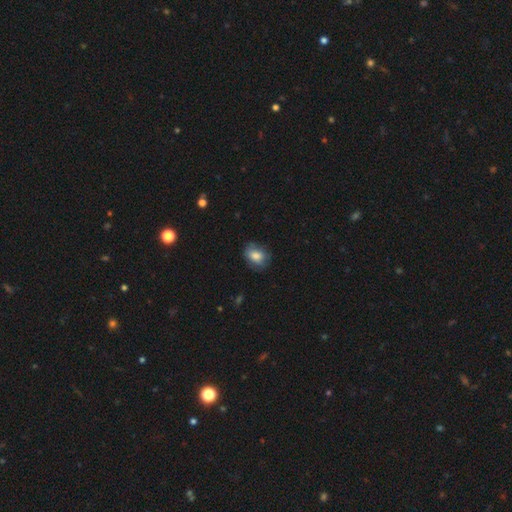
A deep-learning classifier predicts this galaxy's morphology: Smooth or featured? smooth (78%)
How rounded? in between (64%)
Merging? none (73%)